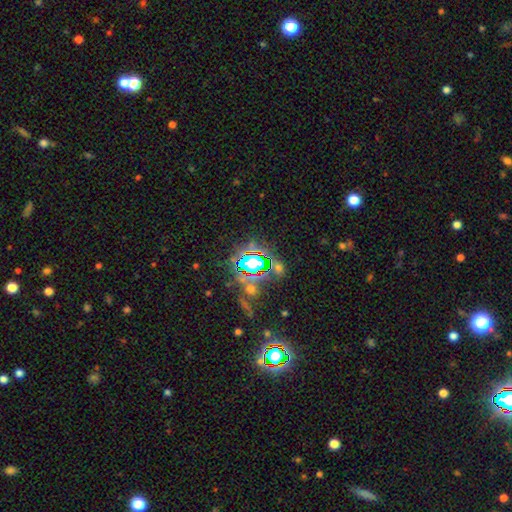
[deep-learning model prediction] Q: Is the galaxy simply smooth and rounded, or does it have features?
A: star or artifact — 67%.